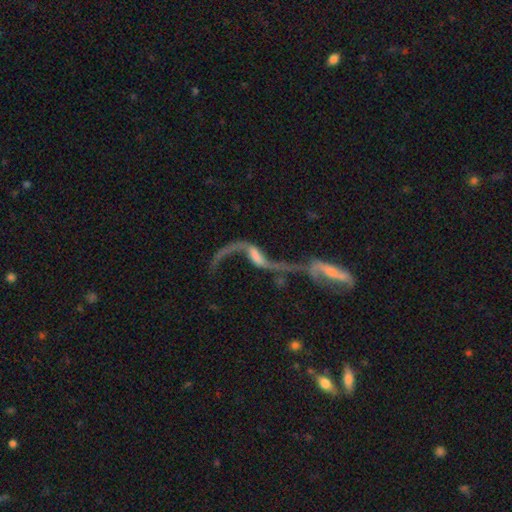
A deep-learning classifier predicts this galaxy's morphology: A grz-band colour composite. It shows a featured or disk galaxy (82%) with a weak bar (39%), 2 (86%) loose (94%) spiral arms (86%) and no central bulge (37%). Merging: merger (58%).